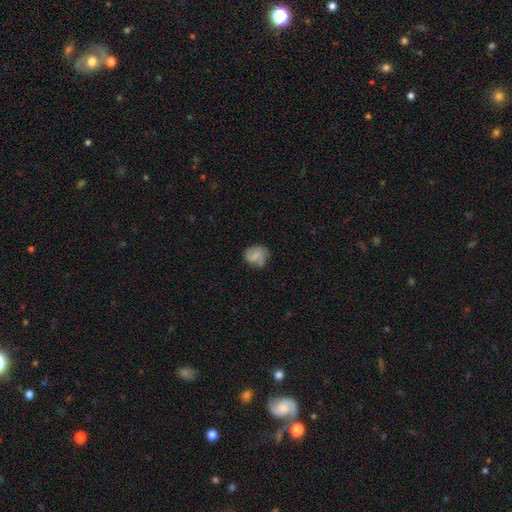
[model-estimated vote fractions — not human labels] smooth 58%, featured or disk 33%, star or artifact 9%. Down the decision tree: how rounded — round (66%); merging — none (57%).